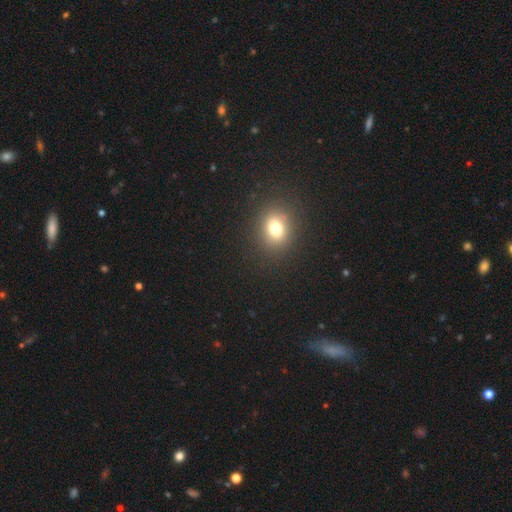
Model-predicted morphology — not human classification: This appears to be a smooth galaxy with no disk features (66%) that is round (71%). Merging: none (92%).